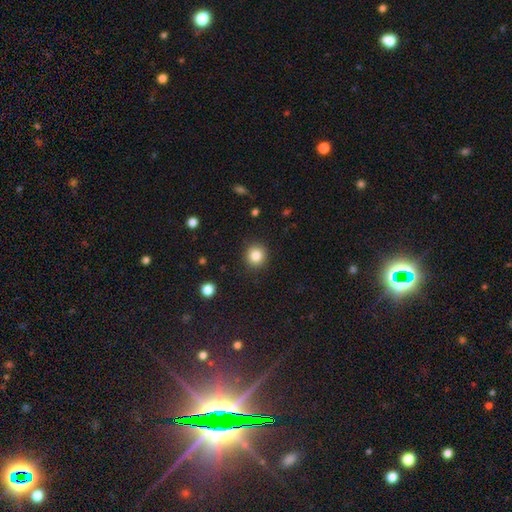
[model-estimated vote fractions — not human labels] Smooth or featured? smooth (84%)
How rounded? round (92%)
Merging? none (91%)